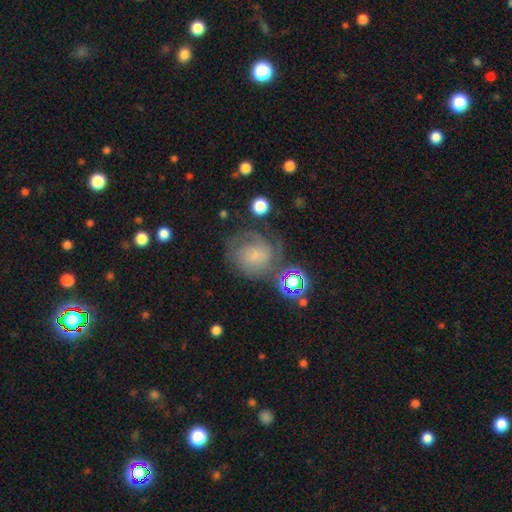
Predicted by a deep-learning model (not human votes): smooth-or-featured: featured or disk: 53% | smooth: 31% | star or artifact: 16%
  disk-edge-on: no: 97% | yes: 3%
    bar: no: 68% | weak: 26% | strong: 6%
    has-spiral-arms: yes: 86% | no: 14%
    bulge-size: small: 48% | none: 29% | moderate: 15% | large: 6% | dominant: 3%
  merging: none: 59% | minor disturbance: 20% | major disturbance: 15% | merger: 5%